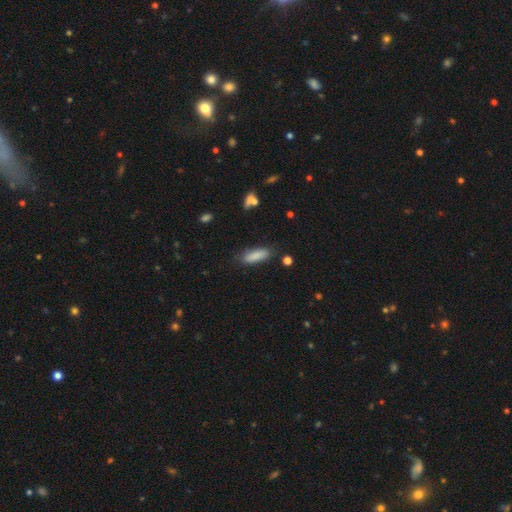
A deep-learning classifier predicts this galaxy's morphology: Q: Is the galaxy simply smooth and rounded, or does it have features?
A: smooth — 86%.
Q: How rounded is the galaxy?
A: in between — 51%.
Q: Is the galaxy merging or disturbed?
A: none — 81%.